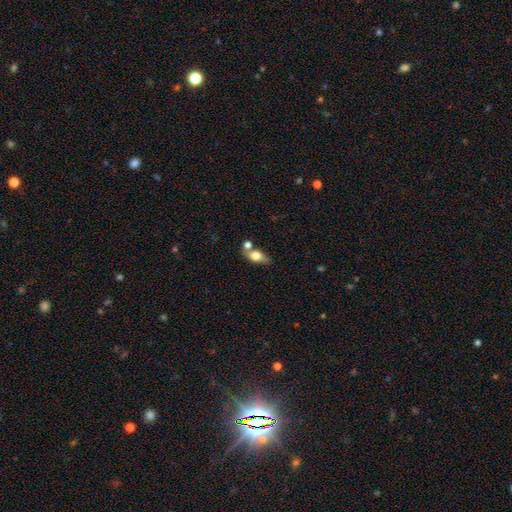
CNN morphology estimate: Smooth or featured? smooth (62%)
How rounded? in between (72%)
Merging? none (58%)